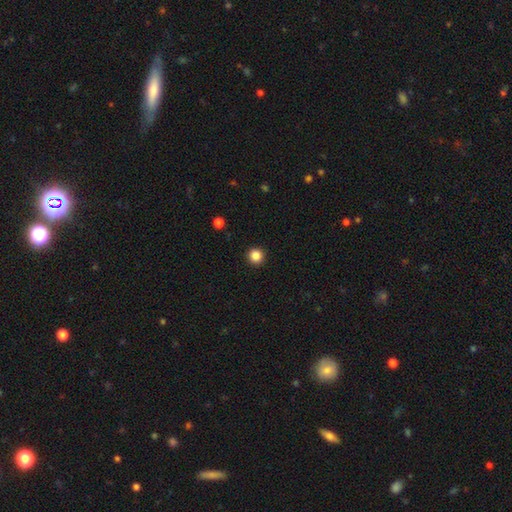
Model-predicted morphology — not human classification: This is clearly a smooth galaxy (86%). How rounded: clearly round (95%). Merging: clearly none (93%).